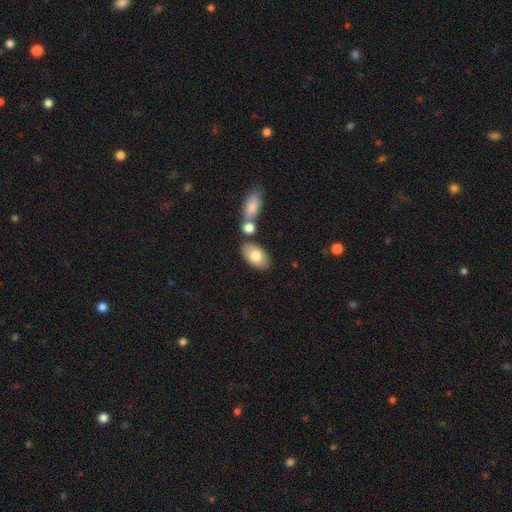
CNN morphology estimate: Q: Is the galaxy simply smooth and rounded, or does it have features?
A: smooth — 76%.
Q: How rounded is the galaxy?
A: in between — 94%.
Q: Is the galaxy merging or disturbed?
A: none — 72%.